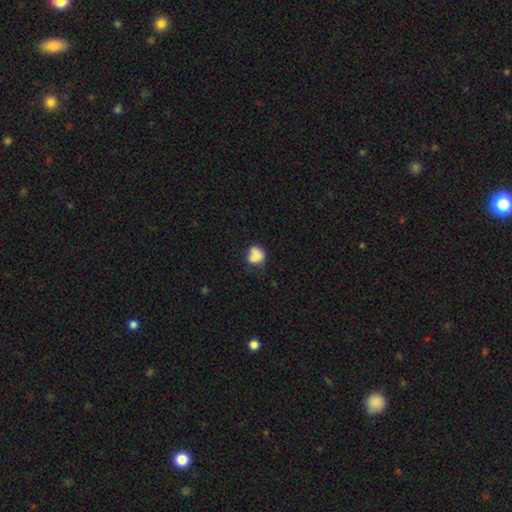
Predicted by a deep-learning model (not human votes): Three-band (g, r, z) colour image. It shows a smooth galaxy with no disk features (79%) that is round (64%). Merging: none (48%).